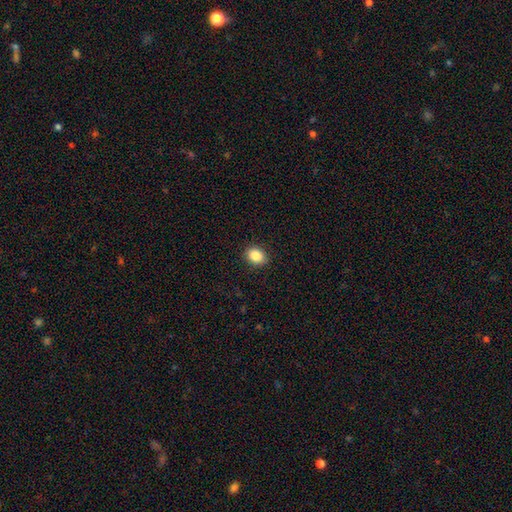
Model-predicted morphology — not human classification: type=smooth (86%); roundness=in between (60%); merging=none (90%).